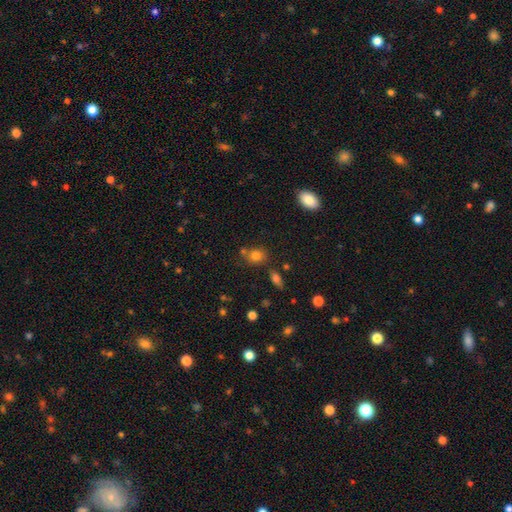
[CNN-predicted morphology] The model was most divided on "how rounded": round: 62%, in between: 37%, cigar-shaped: 1%. More confident: smooth or featured — smooth (78%); merging — none (67%).